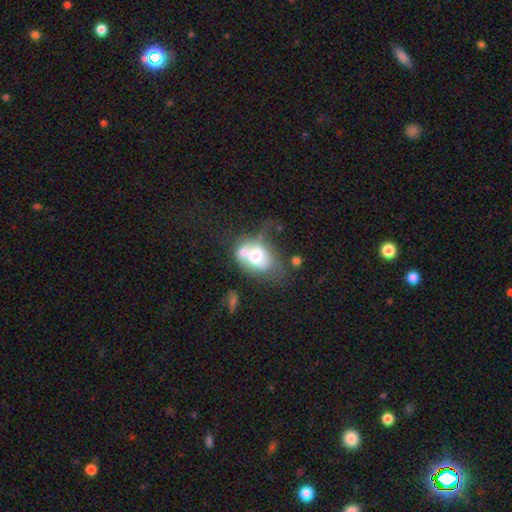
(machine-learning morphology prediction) Smooth or featured? smooth (57%)
How rounded? in between (66%)
Merging? merger (51%)